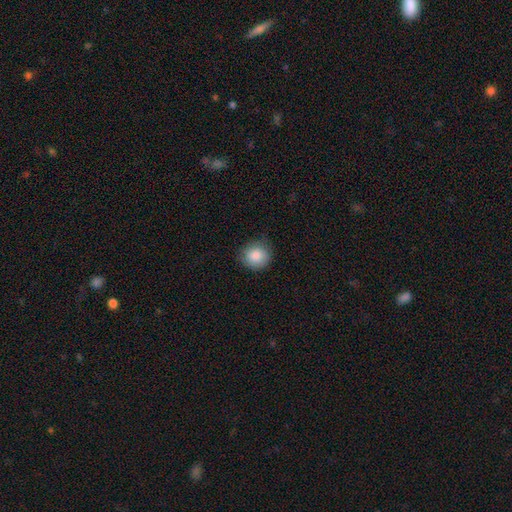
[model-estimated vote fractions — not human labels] Smooth or featured? smooth (86%)
How rounded? round (88%)
Merging? none (79%)